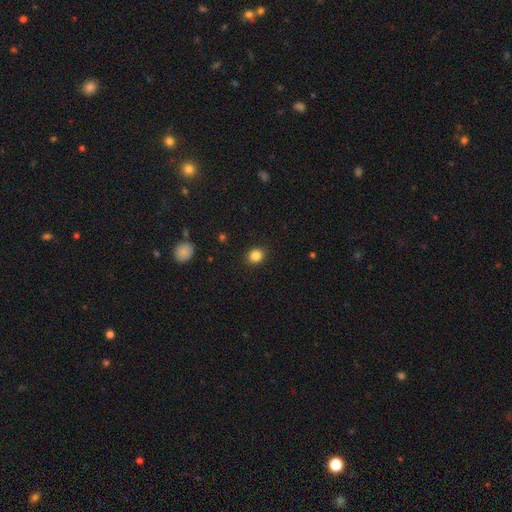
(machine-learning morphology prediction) This appears to be a smooth galaxy with no disk features (85%) that is round (66%). Merging: none (90%).